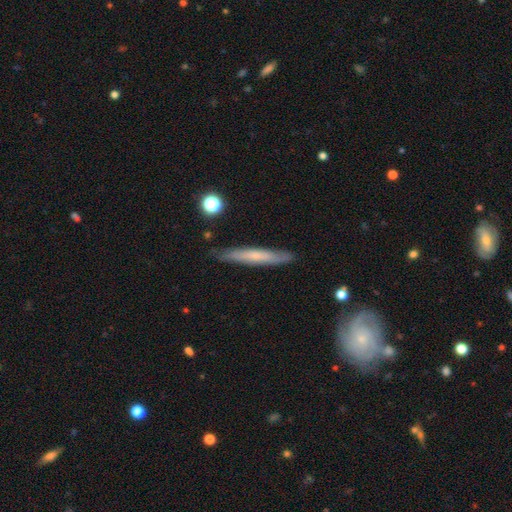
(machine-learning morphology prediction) A smooth galaxy with no disk features (48%).

Vote fractions:
- Smooth or featured? smooth: 48% / featured or disk: 46% / star or artifact: 6%
- Merging? none: 84% / minor disturbance: 12% / major disturbance: 2% / merger: 2%